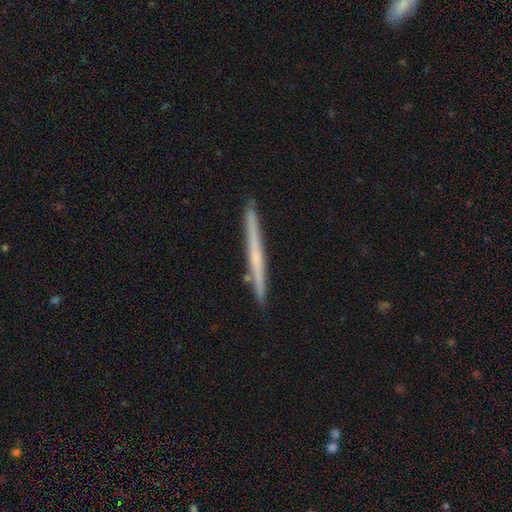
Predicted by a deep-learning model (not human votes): A featured or disk galaxy (59%) viewed edge-on (98%) with no central bulge (76%). Merging: none (91%).